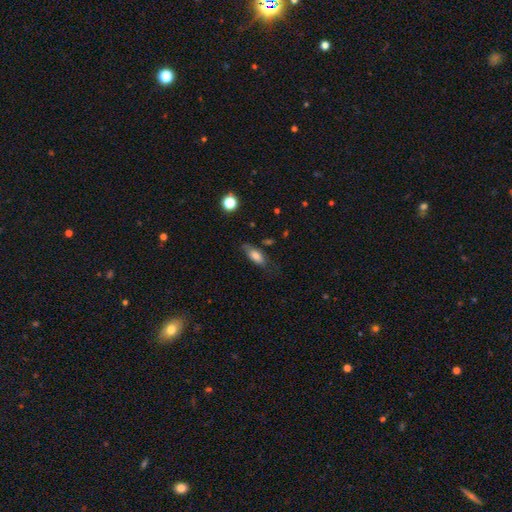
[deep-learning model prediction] Smooth or featured: smooth — 74% (featured or disk — 18%)
How rounded: in between — 79% (cigar-shaped — 17%)
Merging: none — 62% (minor disturbance — 26%)